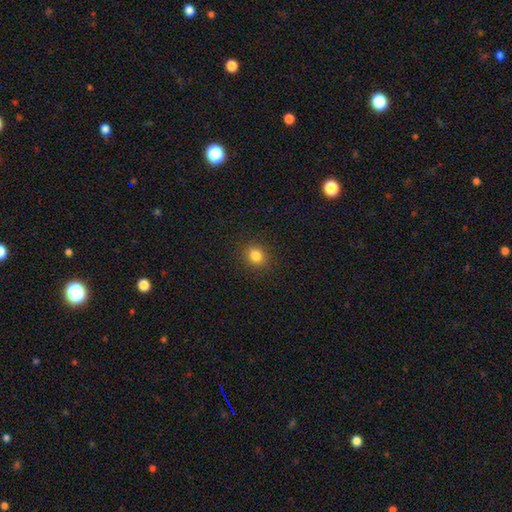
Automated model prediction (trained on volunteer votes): Overall: smooth (83%). How rounded: round (62%; in between 37%). Merging: none (89%).